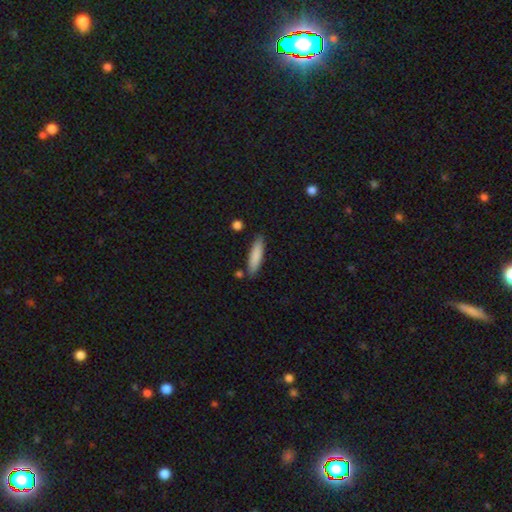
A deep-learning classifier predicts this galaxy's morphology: The model was most divided on "how rounded": cigar-shaped: 76%, in between: 23%, round: 1%. More confident: merging — none (84%); smooth or featured — smooth (83%).